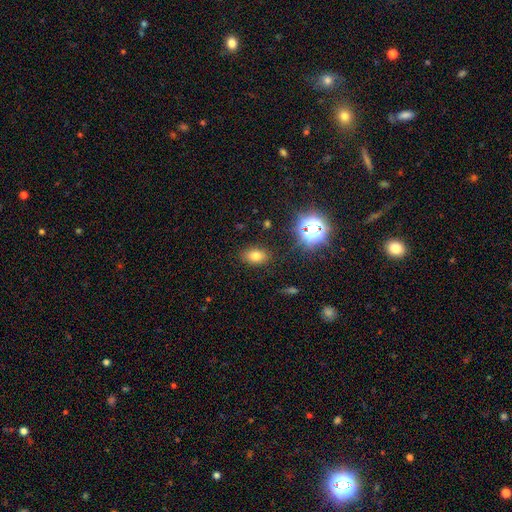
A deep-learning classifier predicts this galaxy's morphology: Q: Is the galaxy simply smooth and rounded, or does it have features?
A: smooth — 73%.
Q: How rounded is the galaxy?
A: in between — 83%.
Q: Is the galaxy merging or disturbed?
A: none — 85%.